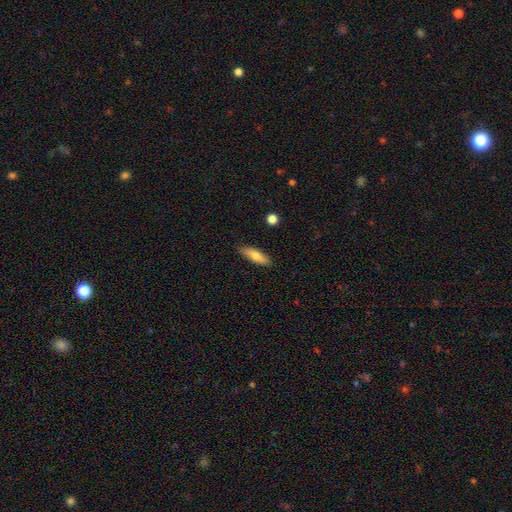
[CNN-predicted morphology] A smooth galaxy with no disk features (72%) that is cigar-shaped (57%). Merging: none (88%).